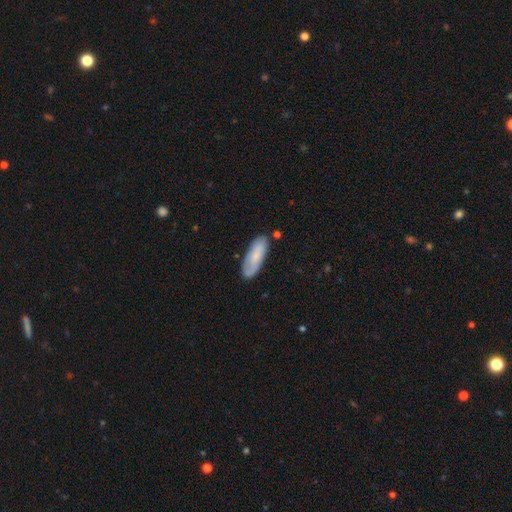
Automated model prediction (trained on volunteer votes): smooth_or_featured: smooth (p=0.69) [alt: featured or disk p=0.24]
how_rounded: in between (p=0.65) [alt: cigar-shaped p=0.33]
merging: none (p=0.74) [alt: minor disturbance p=0.19]